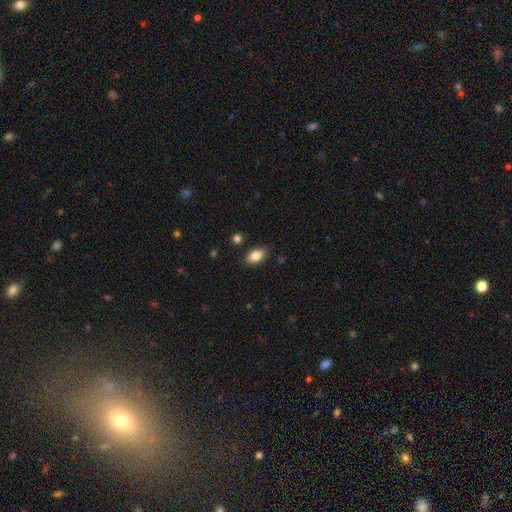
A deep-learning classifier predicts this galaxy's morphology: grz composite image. It shows a smooth galaxy with no disk features (82%) that is in between round and cigar-shaped (90%). Merging: none (85%).